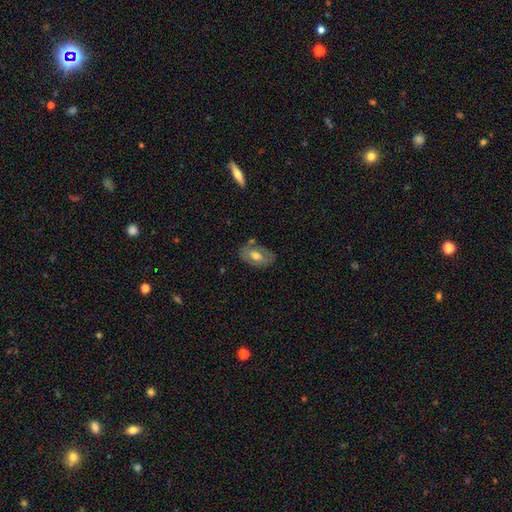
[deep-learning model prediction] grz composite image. It shows a smooth galaxy with no disk features (53%) that is in between round and cigar-shaped (90%). Merging: none (70%).